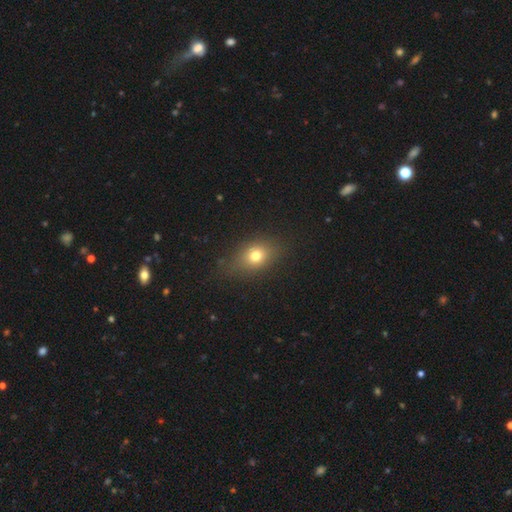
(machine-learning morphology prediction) type=smooth (74%); roundness=in between (60%); merging=none (80%).